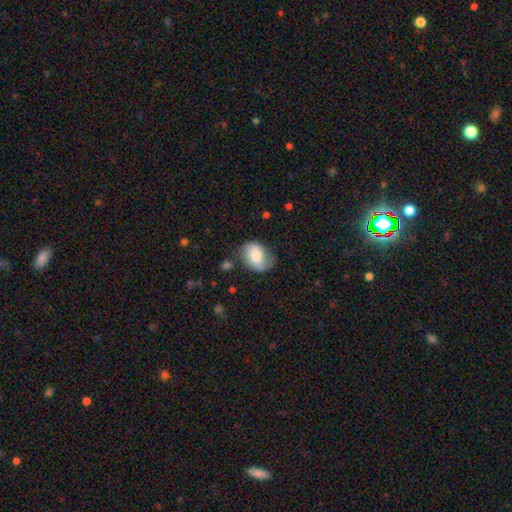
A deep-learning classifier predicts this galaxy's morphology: Smooth or featured? Predicted: smooth (p=0.66). How rounded? Predicted: in between (p=0.72). Merging? Predicted: none (p=0.55).